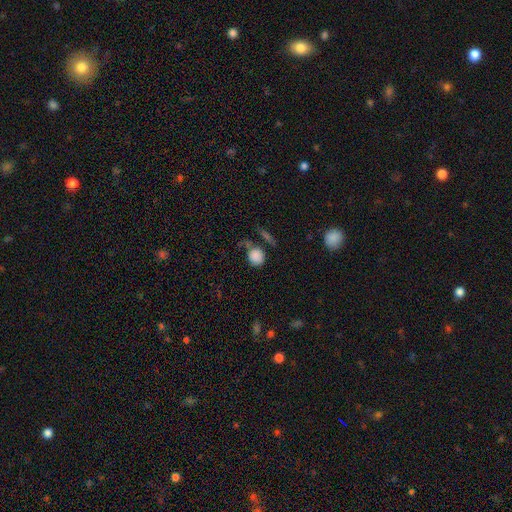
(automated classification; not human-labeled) A smooth galaxy with no disk features (84%) that is round (83%). Merging: none (54%).